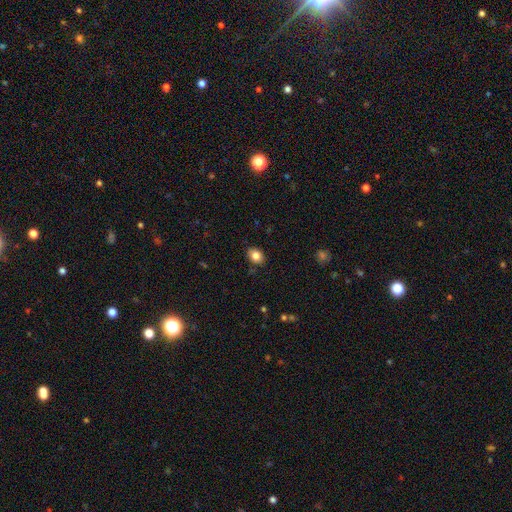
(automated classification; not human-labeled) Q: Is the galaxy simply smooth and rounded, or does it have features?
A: smooth — 83%.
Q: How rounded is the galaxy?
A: in between — 62%.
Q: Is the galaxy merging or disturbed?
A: none — 85%.